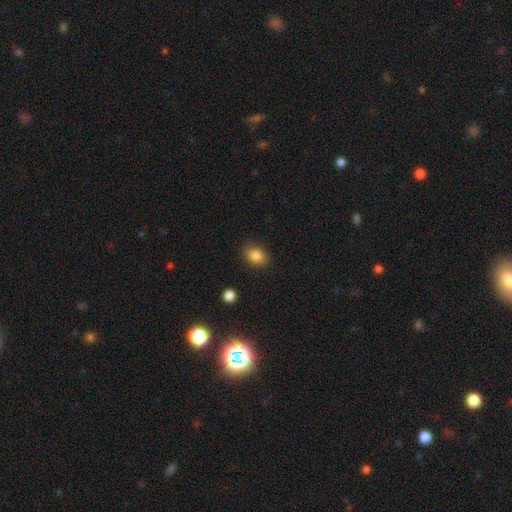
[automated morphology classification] Smooth or featured?
  - smooth: 85% *
  - star or artifact: 10%
  - featured or disk: 6%
How rounded?
  - in between: 64% *
  - round: 35%
  - cigar-shaped: 1%
Merging?
  - none: 85% *
  - minor disturbance: 11%
  - major disturbance: 3%
  - merger: 1%